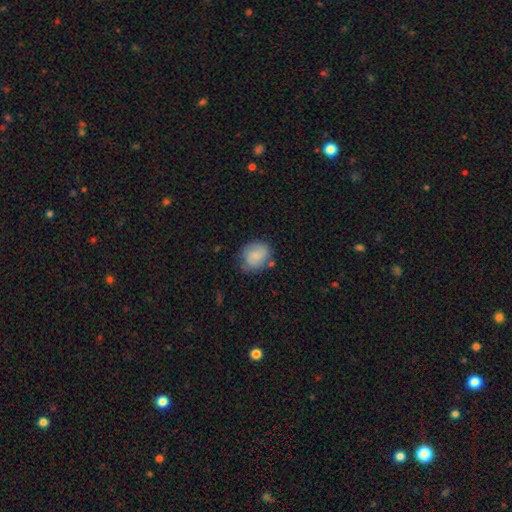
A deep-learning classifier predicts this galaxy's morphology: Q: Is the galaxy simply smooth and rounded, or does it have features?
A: smooth — 73%.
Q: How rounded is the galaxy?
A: round — 67%.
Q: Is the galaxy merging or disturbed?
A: none — 67%.